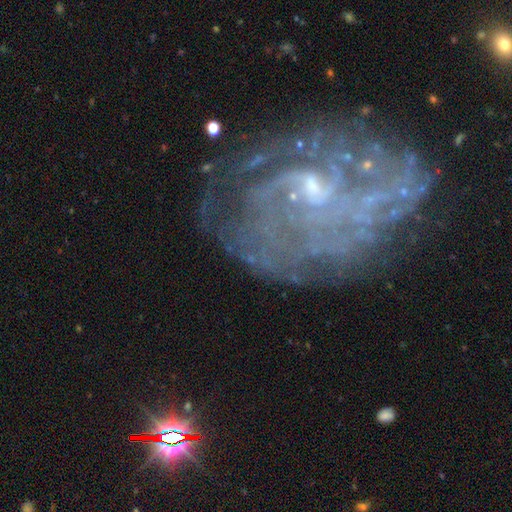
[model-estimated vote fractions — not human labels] Smooth or featured? featured or disk (81%)
Edge-on disk? no (97%)
Bar? no (53%)
Spiral arms? yes (86%)
Spiral winding? tight (49%)
Spiral arm count? can't tell (40%)
Bulge size? small (66%)
Merging? none (55%)